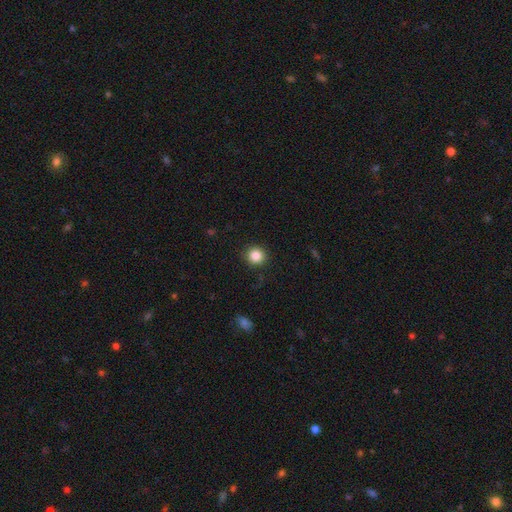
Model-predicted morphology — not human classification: A smooth galaxy with no disk features (85%) that is round (92%).

Vote fractions:
- Smooth or featured? smooth: 85% / star or artifact: 11% / featured or disk: 4%
- How rounded? round: 92% / in between: 7% / cigar-shaped: 1%
- Merging? none: 91% / minor disturbance: 6% / major disturbance: 2% / merger: 1%